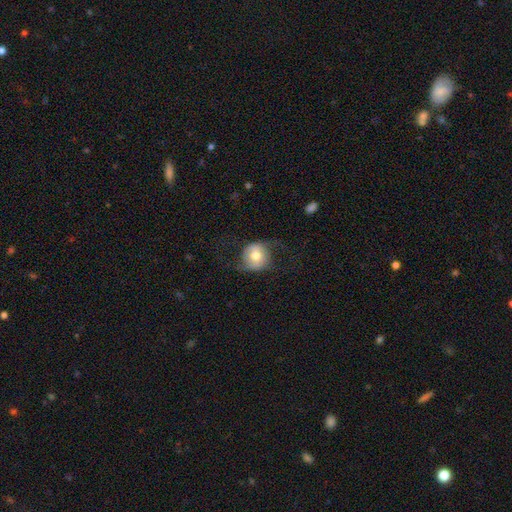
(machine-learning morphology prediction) Smooth or featured? featured or disk (48%)
Merging? none (63%)